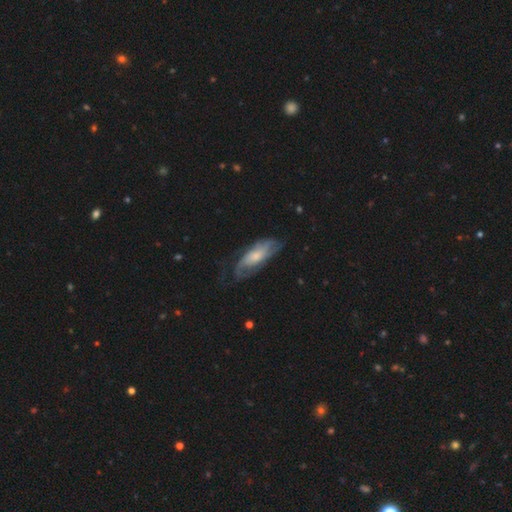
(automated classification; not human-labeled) Smooth or featured? Predicted: featured or disk (p=0.61). Edge-on disk? Predicted: no (p=0.83). Bar? Predicted: no (p=0.69). Spiral arms? Predicted: yes (p=0.80). Bulge size? Predicted: moderate (p=0.47). Merging? Predicted: none (p=0.54).